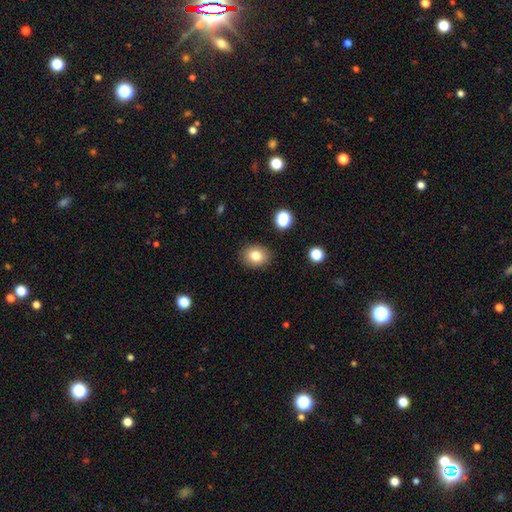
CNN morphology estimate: Smooth or featured: smooth — 81% (star or artifact — 11%)
How rounded: round — 53% (in between — 46%)
Merging: none — 88% (minor disturbance — 8%)